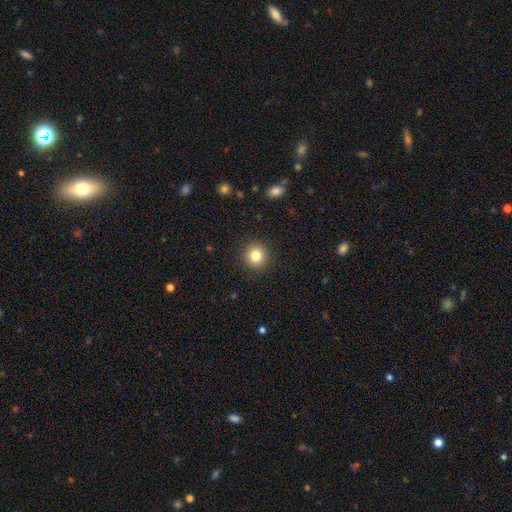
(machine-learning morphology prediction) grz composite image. It shows a smooth galaxy with no disk features (82%) that is round (92%). Merging: none (91%).